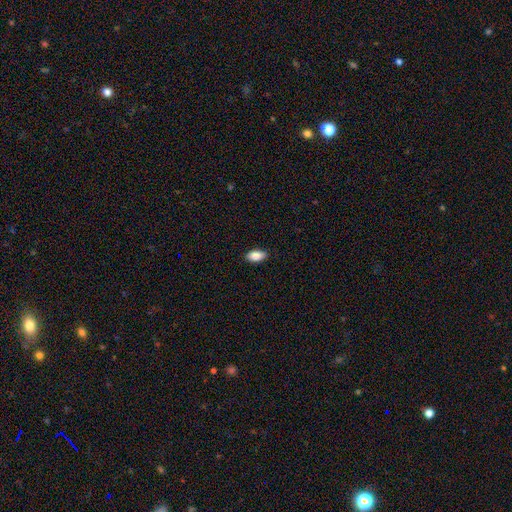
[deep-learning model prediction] Smooth or featured: smooth — 85% (featured or disk — 8%)
How rounded: in between — 92% (cigar-shaped — 4%)
Merging: none — 89% (minor disturbance — 9%)